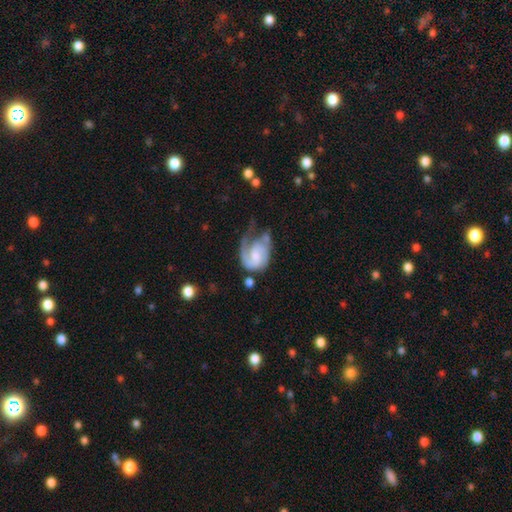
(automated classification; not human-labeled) Smooth or featured? Predicted: featured or disk (p=0.74). Edge-on disk? Predicted: no (p=0.98). Bar? Predicted: no (p=0.46). Spiral arms? Predicted: yes (p=0.92). Spiral winding? Predicted: medium (p=0.42). Spiral arm count? Predicted: 1 (p=0.48). Bulge size? Predicted: moderate (p=0.33). Merging? Predicted: major disturbance (p=0.40).